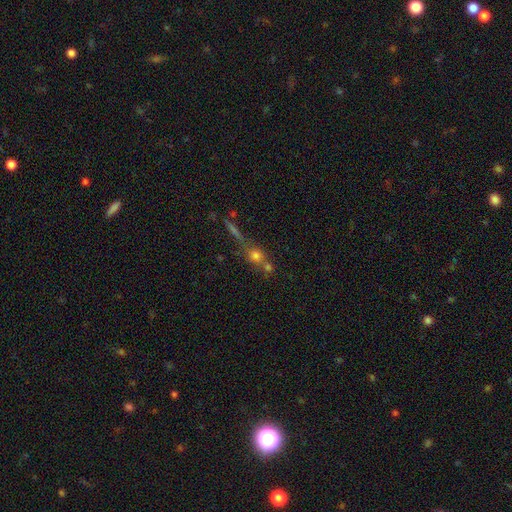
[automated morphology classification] Smooth or featured: smooth — 66% (featured or disk — 17%)
How rounded: round — 76% (in between — 18%)
Merging: none — 49% (merger — 36%)